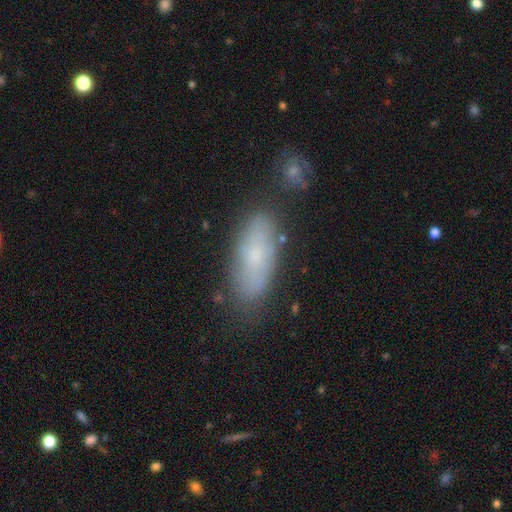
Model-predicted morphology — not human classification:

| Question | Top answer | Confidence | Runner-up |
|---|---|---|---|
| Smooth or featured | smooth | 67% | featured or disk (25%) |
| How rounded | in between | 78% | cigar-shaped (20%) |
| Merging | none | 73% | minor disturbance (17%) |